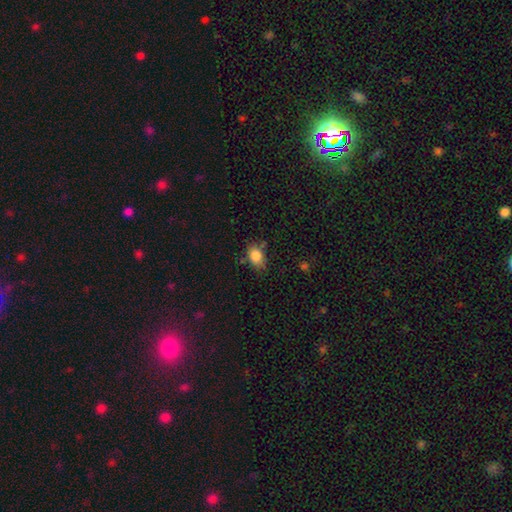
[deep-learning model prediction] The model was most divided on "merging": none: 67%, minor disturbance: 23%, merger: 5%, major disturbance: 5%. More confident: smooth or featured — smooth (84%); how rounded — in between (73%).